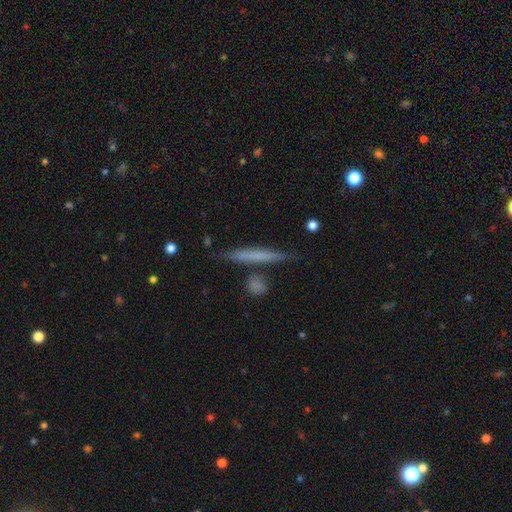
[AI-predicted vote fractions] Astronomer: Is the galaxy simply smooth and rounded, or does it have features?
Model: smooth — 56% (runner-up: featured or disk, 38%).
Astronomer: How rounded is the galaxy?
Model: cigar-shaped — 94%.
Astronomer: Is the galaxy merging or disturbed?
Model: none — 82%.